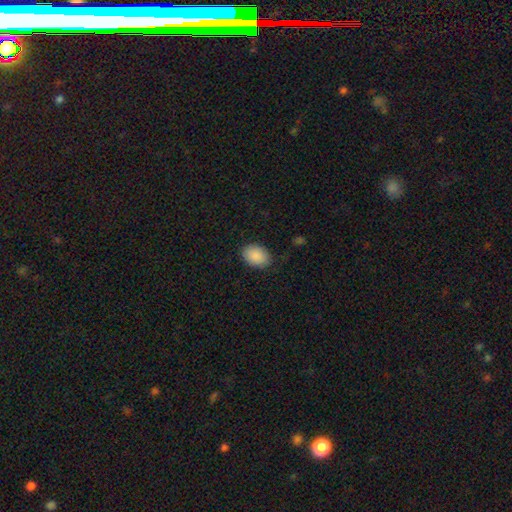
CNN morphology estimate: Smooth or featured?
  - smooth: 90% *
  - star or artifact: 7%
  - featured or disk: 3%
How rounded?
  - in between: 79% *
  - round: 20%
  - cigar-shaped: 1%
Merging?
  - none: 85% *
  - minor disturbance: 11%
  - major disturbance: 3%
  - merger: 1%